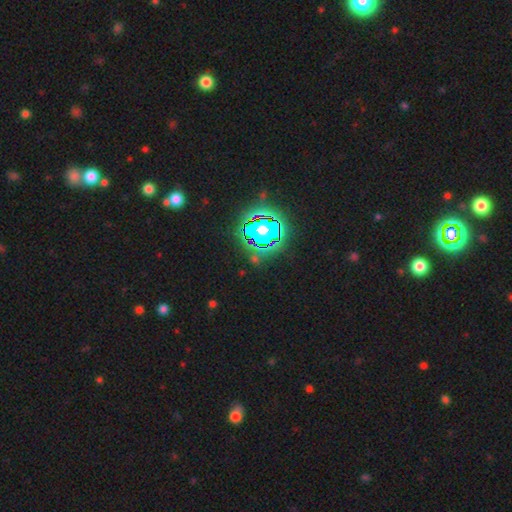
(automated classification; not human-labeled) A star or artifact, not a galaxy (71%).